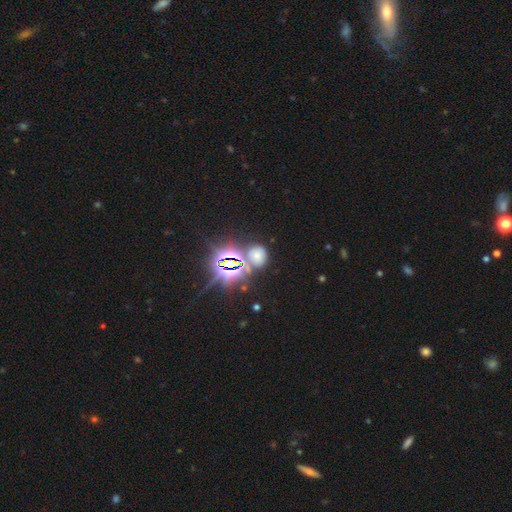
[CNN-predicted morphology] Smooth or featured? star or artifact (67%)